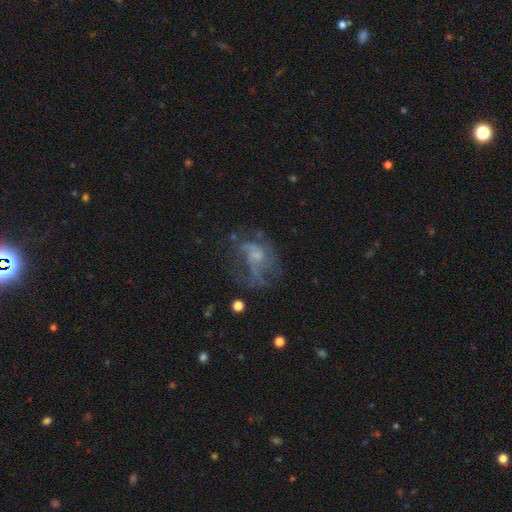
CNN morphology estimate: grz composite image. It shows a featured or disk galaxy (70%) with no bar (69%), 2 (28%, tied with can't tell) loose (44%) spiral arms (76%) and a small central bulge (43%). Merging: none (44%).